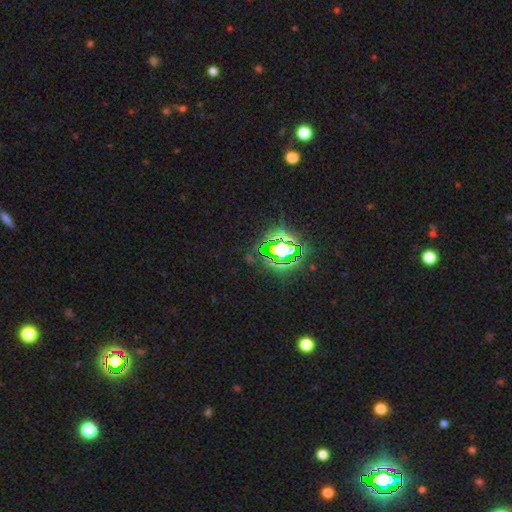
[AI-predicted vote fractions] A star or artifact, not a galaxy (80%).

Vote fractions:
- Smooth or featured? star or artifact: 80% / smooth: 12% / featured or disk: 8%